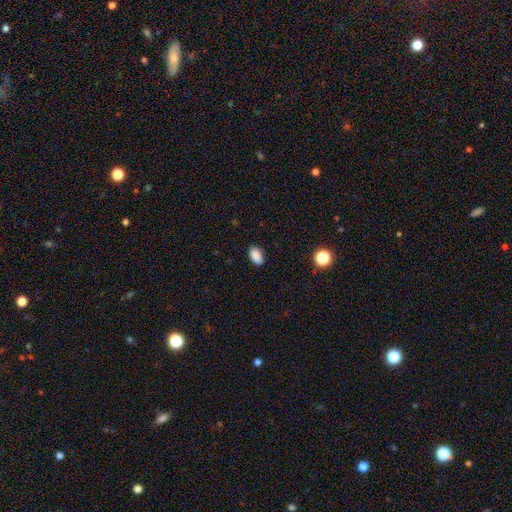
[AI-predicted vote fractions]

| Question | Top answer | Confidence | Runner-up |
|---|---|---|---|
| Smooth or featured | smooth | 88% | star or artifact (9%) |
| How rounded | in between | 92% | round (6%) |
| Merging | none | 87% | minor disturbance (10%) |